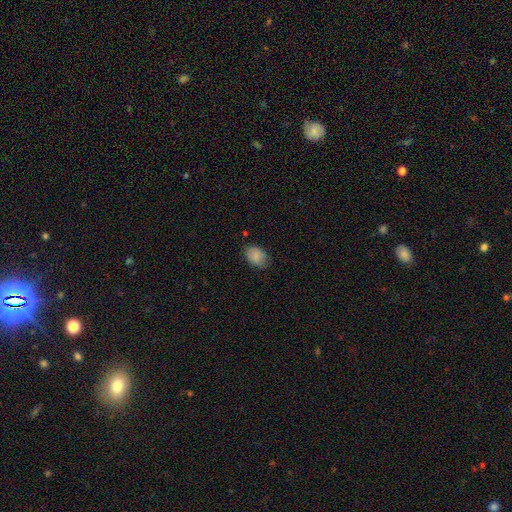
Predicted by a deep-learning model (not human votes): Q: Smooth or featured?
A: smooth (84%); runner-up: featured or disk (9%)
Q: How rounded?
A: in between (80%); runner-up: round (19%)
Q: Merging?
A: none (75%); runner-up: minor disturbance (20%)